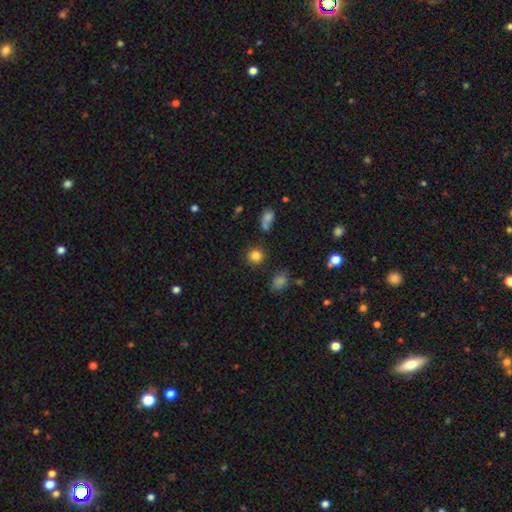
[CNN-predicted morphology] This is clearly a smooth galaxy (82%). How rounded: clearly round (91%). Merging: clearly none (85%).